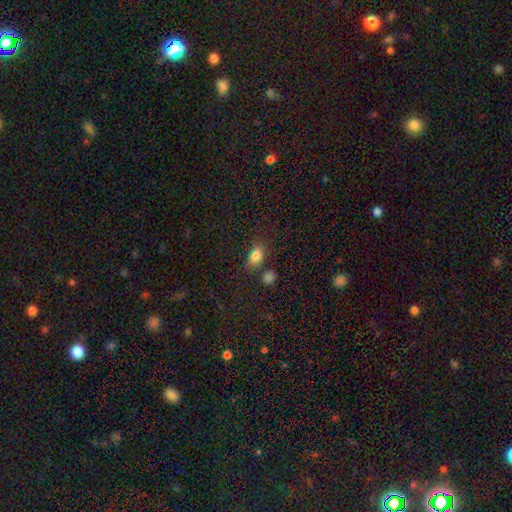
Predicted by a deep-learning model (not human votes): Smooth or featured? Predicted: smooth (p=0.81). How rounded? Predicted: in between (p=0.79). Merging? Predicted: none (p=0.68).